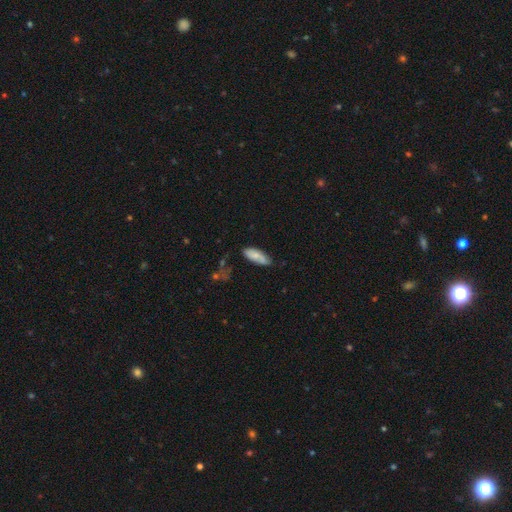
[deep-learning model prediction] Smooth or featured? smooth (75%)
How rounded? in between (75%)
Merging? none (70%)